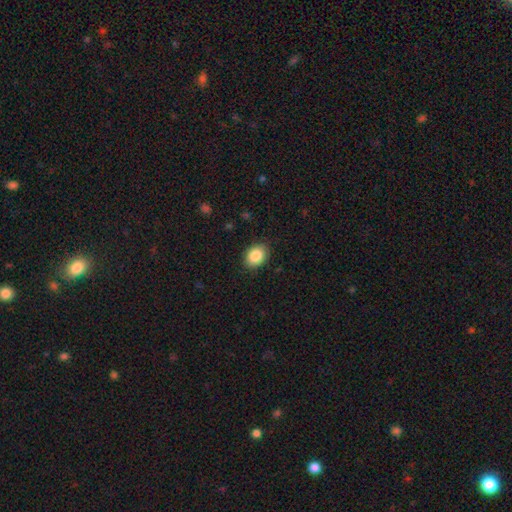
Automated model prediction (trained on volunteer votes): A smooth galaxy with no disk features (87%) that is in between round and cigar-shaped (69%). Merging: none (87%).